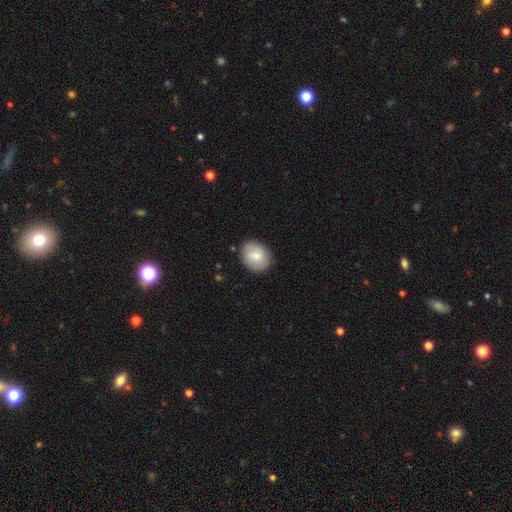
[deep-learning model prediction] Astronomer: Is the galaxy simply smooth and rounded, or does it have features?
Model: smooth — 69%.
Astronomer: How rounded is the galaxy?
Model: round — 50% (runner-up: in between, 49%).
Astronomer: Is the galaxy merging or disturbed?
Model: none — 85%.